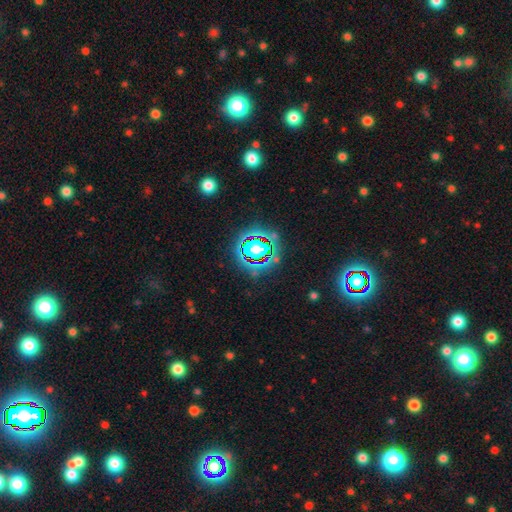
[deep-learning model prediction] Q: Smooth or featured?
A: star or artifact (80%); runner-up: smooth (12%)